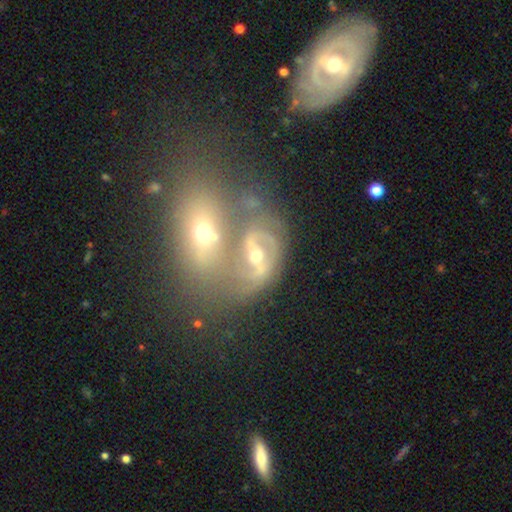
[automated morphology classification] A featured or disk galaxy (71%) with no bar (40%), 2 (77%) medium (47%) spiral arms (81%) and a moderate central bulge (50%).

Vote fractions:
- Smooth or featured? featured or disk: 71% / smooth: 19% / star or artifact: 10%
- Edge-on disk? no: 96% / yes: 4%
- Bar? no: 40% / weak: 38% / strong: 22%
- Spiral arms? yes: 81% / no: 19%
- Spiral winding? medium: 47% / loose: 31% / tight: 22%
- Spiral arm count? 2: 77% / can't tell: 10% / 1: 7% / 3: 3% / 4: 1% / more than 4: 1%
- Bulge size? moderate: 50% / small: 43% / large: 3% / none: 2% / dominant: 1%
- Merging? merger: 59% / none: 22% / minor disturbance: 10% / major disturbance: 9%